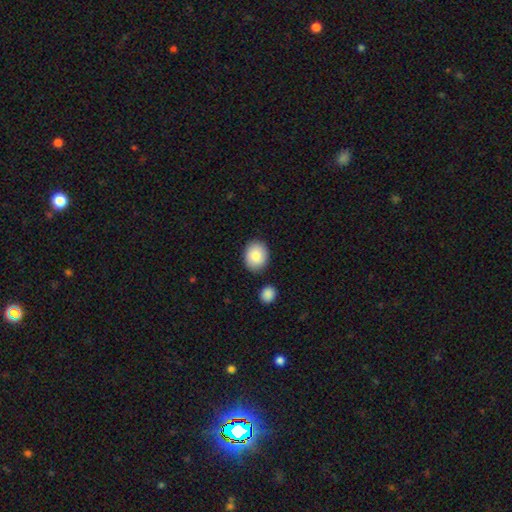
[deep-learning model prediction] smooth 86%, featured or disk 7%, star or artifact 7%. Down the decision tree: how rounded — round (57%); merging — none (83%).